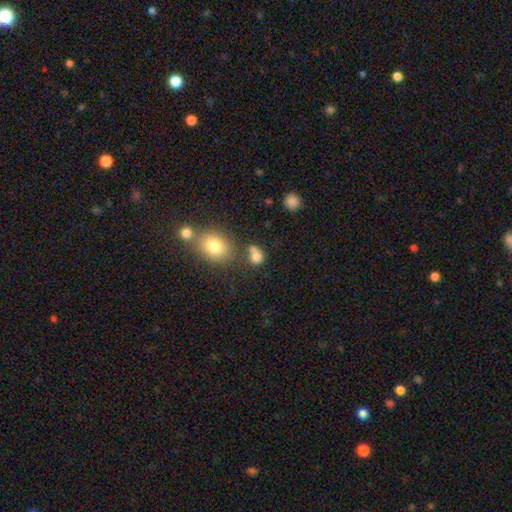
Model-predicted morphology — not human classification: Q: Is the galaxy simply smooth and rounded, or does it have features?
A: smooth — 77%.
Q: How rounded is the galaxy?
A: round — 51%.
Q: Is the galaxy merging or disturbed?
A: none — 41%.